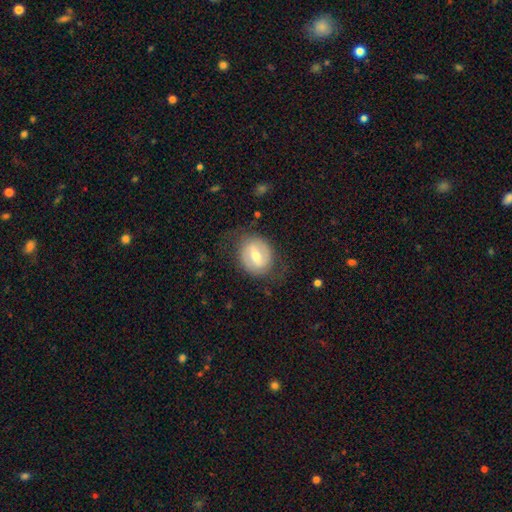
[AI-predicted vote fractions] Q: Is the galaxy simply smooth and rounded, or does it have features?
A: featured or disk — 56%.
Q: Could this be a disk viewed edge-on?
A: no — 95%.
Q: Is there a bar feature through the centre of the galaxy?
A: weak — 46%.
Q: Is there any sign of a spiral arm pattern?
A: yes — 58%.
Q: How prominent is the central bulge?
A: moderate — 64%.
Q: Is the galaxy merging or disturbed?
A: none — 69%.